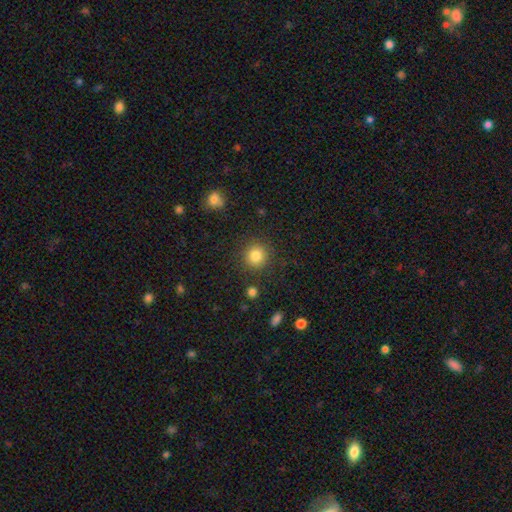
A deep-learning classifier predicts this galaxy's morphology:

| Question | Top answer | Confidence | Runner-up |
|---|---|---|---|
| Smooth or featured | smooth | 83% | star or artifact (11%) |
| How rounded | round | 92% | in between (7%) |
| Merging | none | 88% | minor disturbance (7%) |